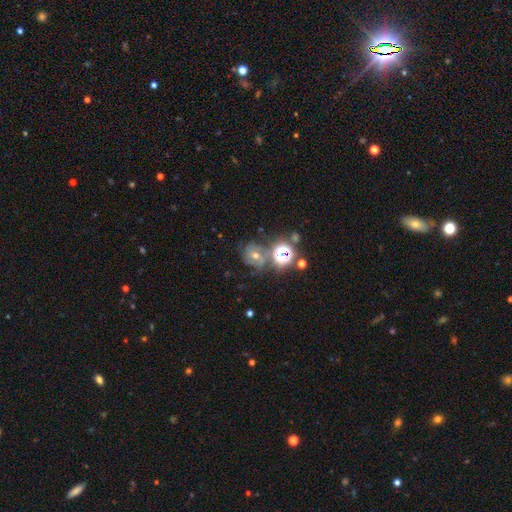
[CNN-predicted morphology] smooth_or_featured: star or artifact (p=0.39) [alt: featured or disk p=0.38]